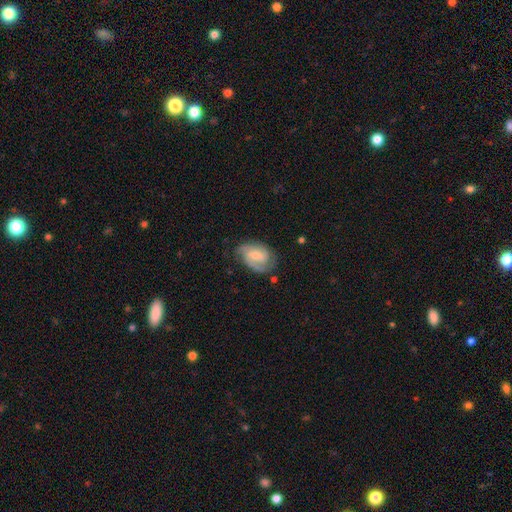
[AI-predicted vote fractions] featured or disk 74%, smooth 20%, star or artifact 6%. Down the decision tree: edge-on disk — no (97%); bar — weak (55%); spiral arms — yes (93%); spiral arm count — 2 (61%); spiral winding — medium (45%); bulge size — small (49%); merging — none (64%).